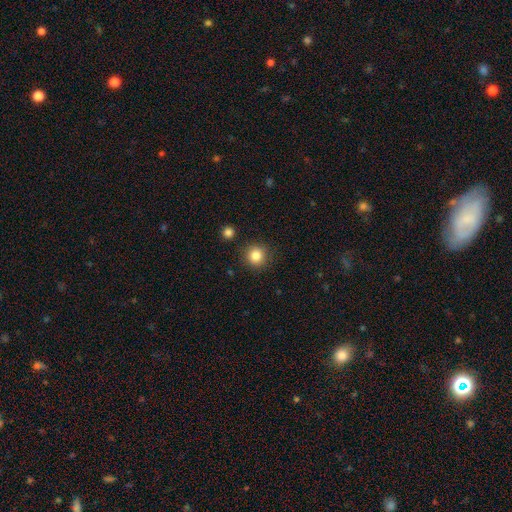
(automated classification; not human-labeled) Smooth or featured?
  - smooth: 84% *
  - star or artifact: 11%
  - featured or disk: 5%
How rounded?
  - round: 93% *
  - in between: 6%
  - cigar-shaped: 1%
Merging?
  - none: 88% *
  - minor disturbance: 7%
  - major disturbance: 2%
  - merger: 2%